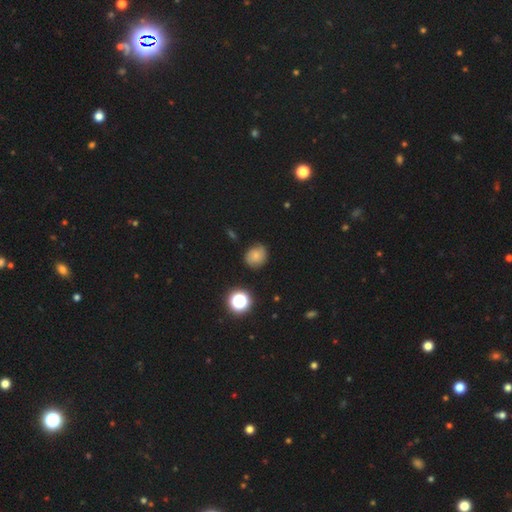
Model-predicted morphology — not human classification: This appears to be a smooth galaxy with no disk features (63%) that is round (76%). Merging: none (75%).